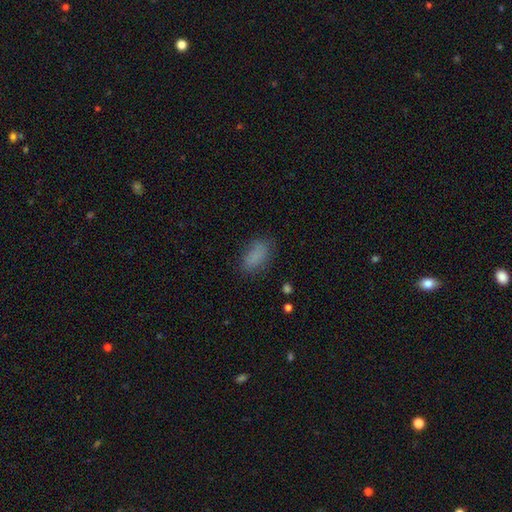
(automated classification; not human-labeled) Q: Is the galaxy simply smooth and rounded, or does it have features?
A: smooth — 81%.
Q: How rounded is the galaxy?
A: in between — 89%.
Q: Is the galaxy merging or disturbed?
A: none — 73%.